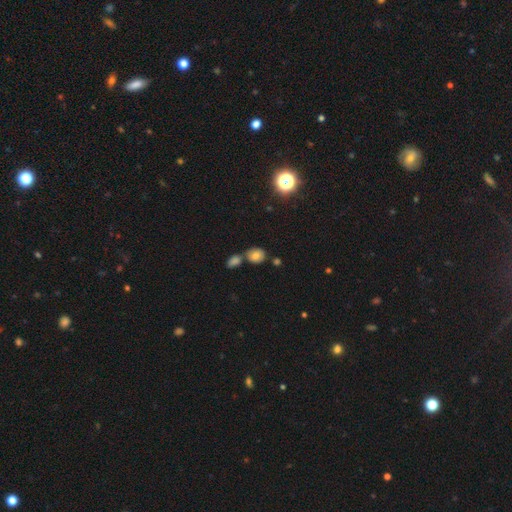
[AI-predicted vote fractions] Smooth or featured: smooth — 73% (star or artifact — 15%)
How rounded: round — 58% (in between — 41%)
Merging: none — 59% (merger — 27%)